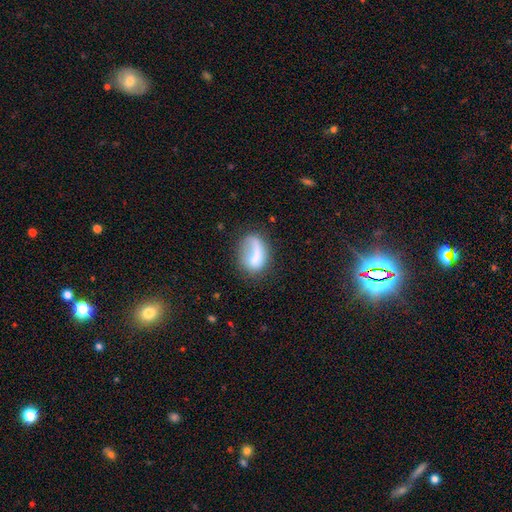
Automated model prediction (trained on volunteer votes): smooth_or_featured: smooth (p=0.63) [alt: featured or disk p=0.28]
how_rounded: in between (p=0.76) [alt: round p=0.21]
merging: none (p=0.37) [alt: major disturbance p=0.32]